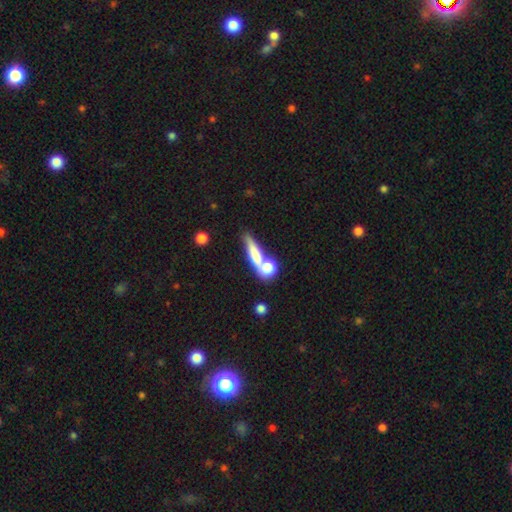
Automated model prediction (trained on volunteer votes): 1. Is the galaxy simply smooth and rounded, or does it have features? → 65% smooth, 25% featured or disk, 10% star or artifact.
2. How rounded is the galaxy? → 58% cigar-shaped, 26% in between, 16% round.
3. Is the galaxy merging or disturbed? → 44% none, 36% merger, 12% minor disturbance, 8% major disturbance.